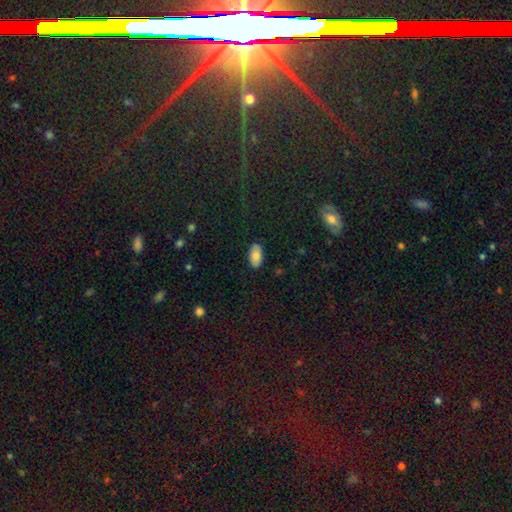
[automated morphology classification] type=smooth (85%); roundness=in between (94%); merging=none (87%).